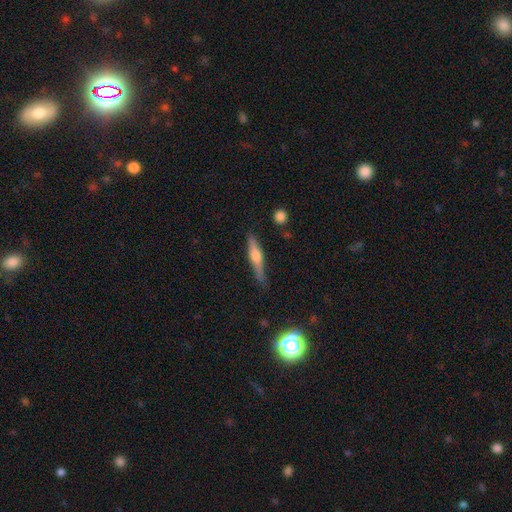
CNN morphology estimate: Smooth or featured? Predicted: featured or disk (p=0.53). Edge-on disk? Predicted: yes (p=0.95). Edge-on bulge? Predicted: rounded (p=0.84). Merging? Predicted: none (p=0.79).